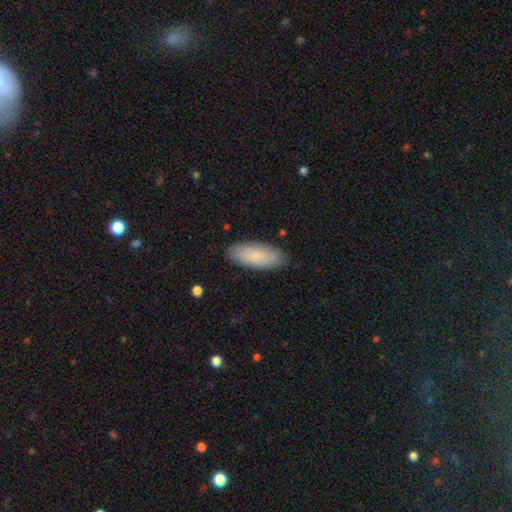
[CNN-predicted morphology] This is clearly a smooth galaxy (86%). How rounded: likely in between (79%). Merging: clearly none (87%).